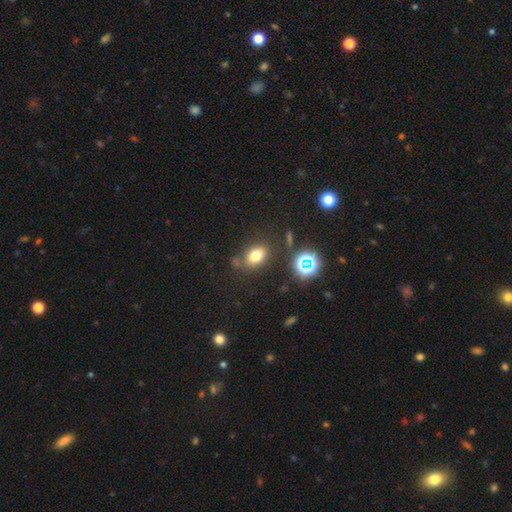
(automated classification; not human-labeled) A smooth galaxy with no disk features (72%) that is in between round and cigar-shaped (73%). Merging: none (69%).